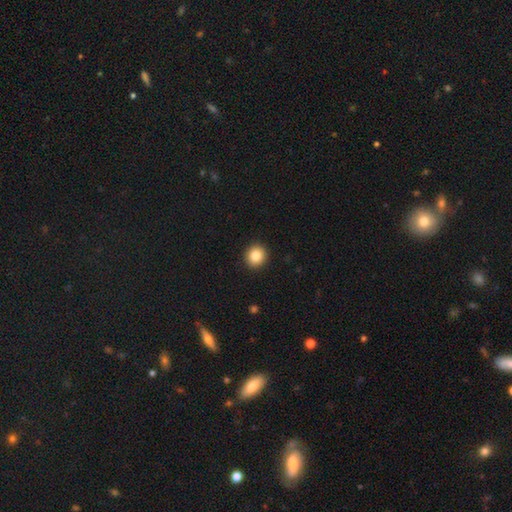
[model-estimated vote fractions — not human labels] smooth 85%, star or artifact 9%, featured or disk 6%. Down the decision tree: how rounded — round (85%); merging — none (92%).